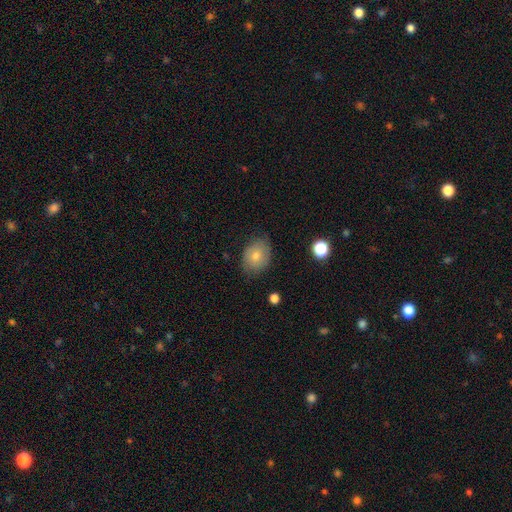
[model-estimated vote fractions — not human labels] smooth-or-featured: smooth: 69% | featured or disk: 21% | star or artifact: 10%
  how-rounded: in between: 63% | round: 36% | cigar-shaped: 1%
  merging: none: 79% | minor disturbance: 16% | major disturbance: 4% | merger: 1%